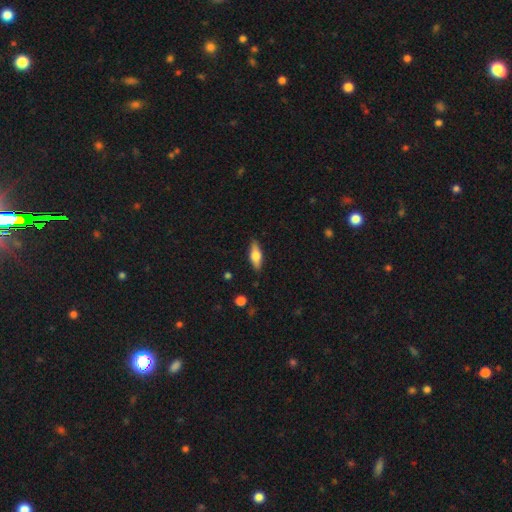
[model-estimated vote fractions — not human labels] Smooth or featured? Predicted: smooth (p=0.53). How rounded? Predicted: in between (p=0.58). Merging? Predicted: none (p=0.87).